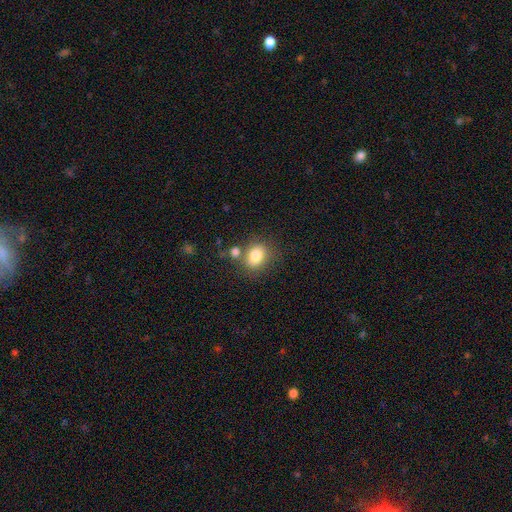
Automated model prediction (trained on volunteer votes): Smooth or featured?
  - smooth: 81% *
  - star or artifact: 10%
  - featured or disk: 8%
How rounded?
  - round: 53% *
  - in between: 46%
  - cigar-shaped: 1%
Merging?
  - none: 62% *
  - merger: 19%
  - minor disturbance: 14%
  - major disturbance: 5%